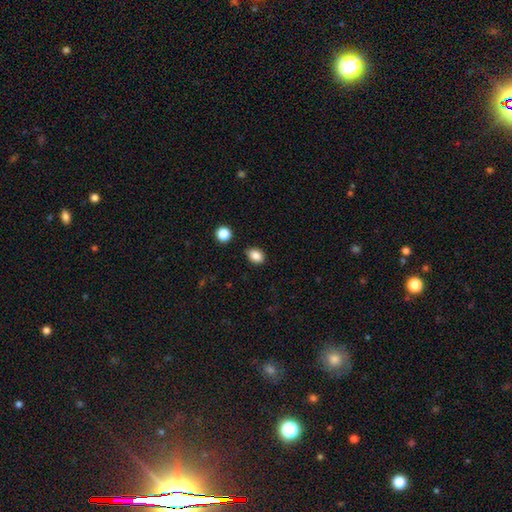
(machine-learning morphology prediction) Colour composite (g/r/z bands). It shows a smooth galaxy with no disk features (86%) that is in between round and cigar-shaped (67%). Merging: none (86%).